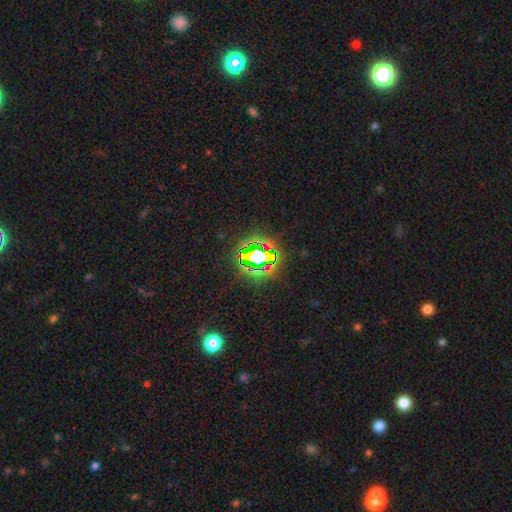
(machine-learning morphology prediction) star or artifact 72%, smooth 15%, featured or disk 13%.